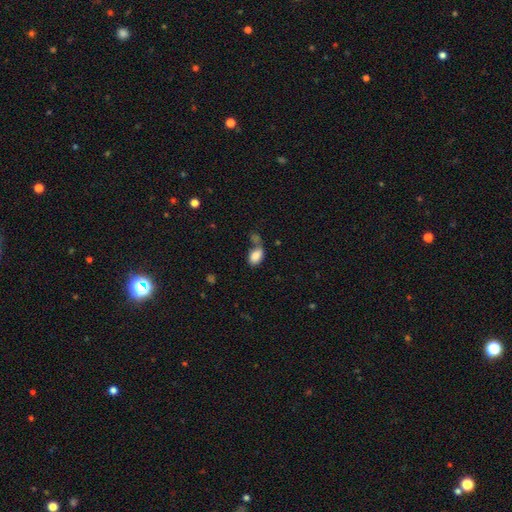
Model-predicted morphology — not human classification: Smooth or featured? Predicted: smooth (p=0.85). How rounded? Predicted: in between (p=0.89). Merging? Predicted: none (p=0.42).